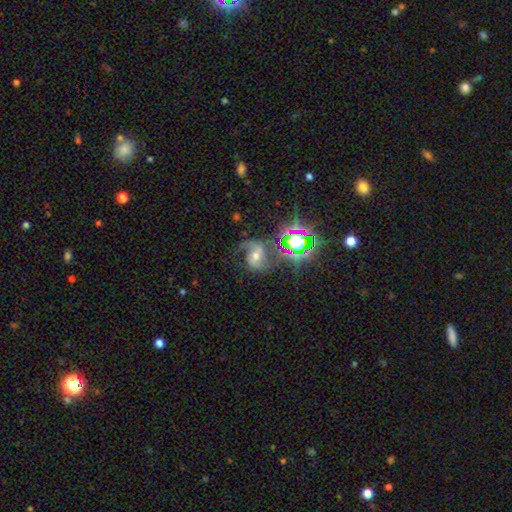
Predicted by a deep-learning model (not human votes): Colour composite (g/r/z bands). It shows a featured or disk galaxy (69%) with no bar (39%), 2 (80%) loose (48%) spiral arms (93%) and a moderate central bulge (57%). Merging: none (58%).